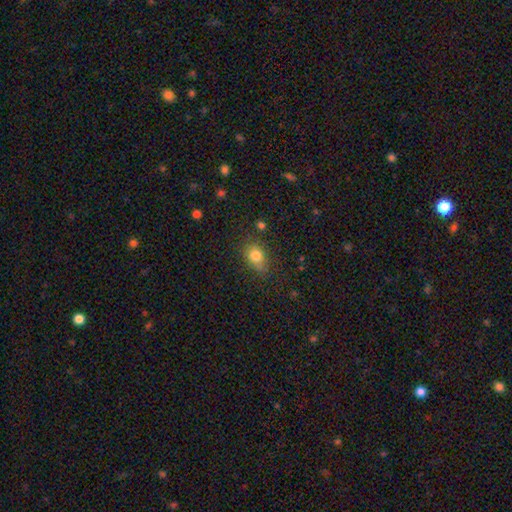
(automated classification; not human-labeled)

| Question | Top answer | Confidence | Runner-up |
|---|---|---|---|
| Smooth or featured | smooth | 79% | star or artifact (11%) |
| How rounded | in between | 60% | round (38%) |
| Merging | none | 69% | minor disturbance (21%) |